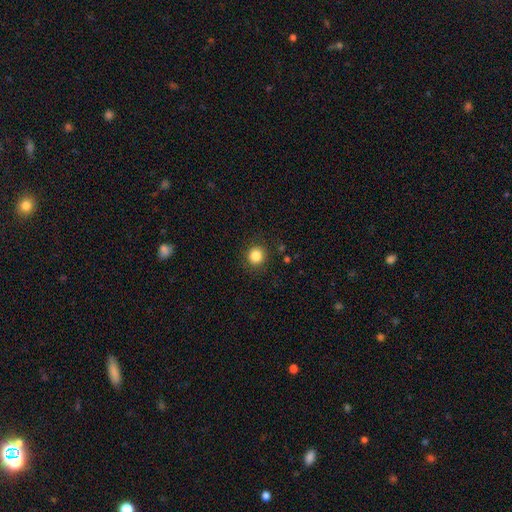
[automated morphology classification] Smooth or featured: smooth — 84% (star or artifact — 11%)
How rounded: round — 91% (in between — 8%)
Merging: none — 90% (minor disturbance — 7%)